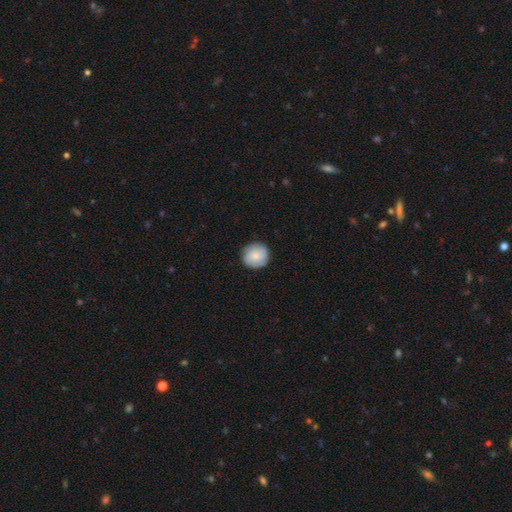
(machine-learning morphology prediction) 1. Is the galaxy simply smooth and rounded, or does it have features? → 68% smooth, 26% featured or disk, 7% star or artifact.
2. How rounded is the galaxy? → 92% round, 7% in between, 1% cigar-shaped.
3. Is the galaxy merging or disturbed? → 86% none, 11% minor disturbance, 2% major disturbance, 1% merger.